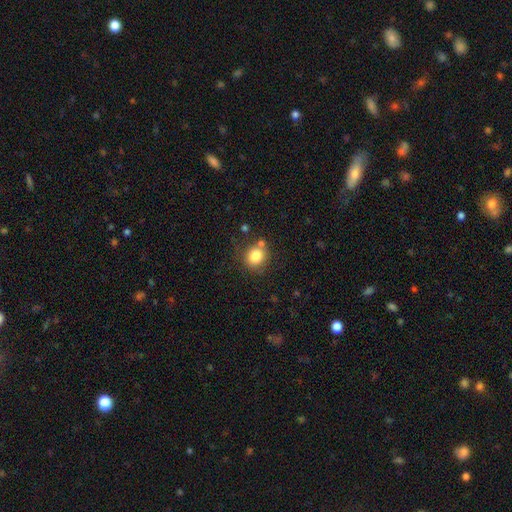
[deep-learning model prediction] Smooth or featured: smooth — 81% (star or artifact — 11%)
How rounded: round — 82% (in between — 17%)
Merging: none — 71% (minor disturbance — 13%)